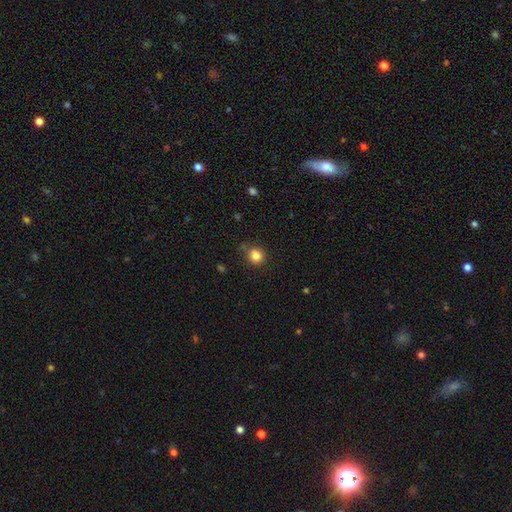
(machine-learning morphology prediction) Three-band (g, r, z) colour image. It shows a smooth galaxy with no disk features (83%) that is round (86%). Merging: none (78%).